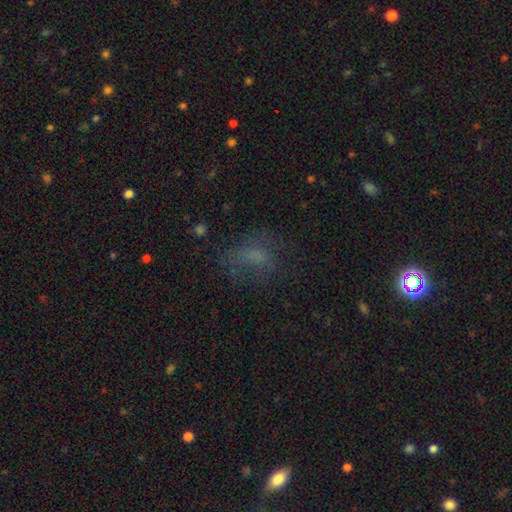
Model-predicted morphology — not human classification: Overall: smooth (57%; featured or disk 23%). How rounded: in between (73%). Merging: none (46%; major disturbance 29%).